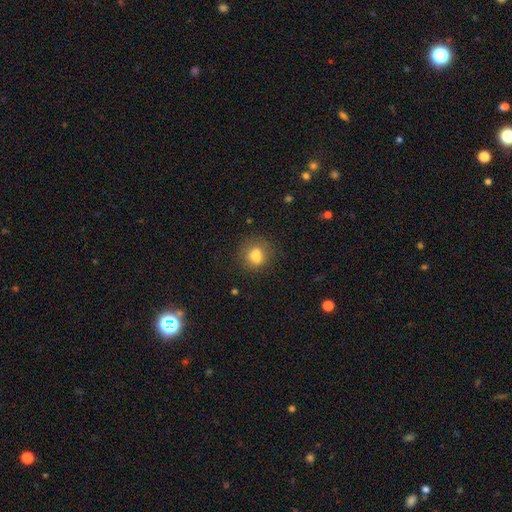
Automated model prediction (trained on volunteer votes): smooth-or-featured: smooth: 74% | featured or disk: 14% | star or artifact: 12%
  how-rounded: round: 72% | in between: 26% | cigar-shaped: 1%
  merging: none: 55% | merger: 24% | minor disturbance: 15% | major disturbance: 6%